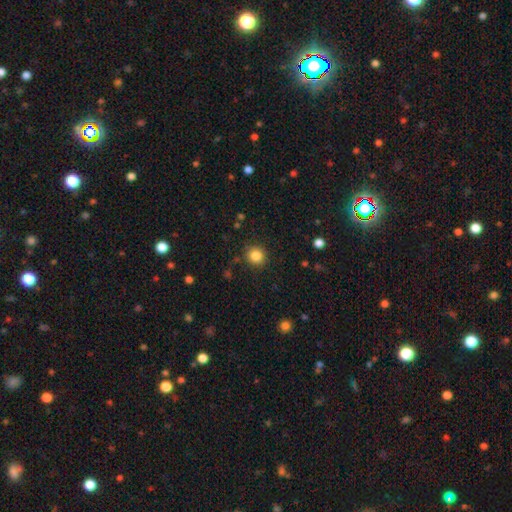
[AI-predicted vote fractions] This appears to be a smooth galaxy with no disk features (84%) that is round (92%). Merging: none (88%).